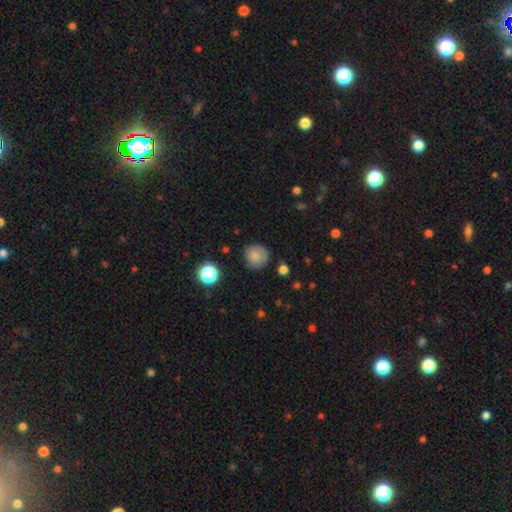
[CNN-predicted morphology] smooth-or-featured: smooth: 80% | star or artifact: 11% | featured or disk: 9%
  how-rounded: round: 89% | in between: 10% | cigar-shaped: 1%
  merging: none: 77% | minor disturbance: 17% | major disturbance: 4% | merger: 2%